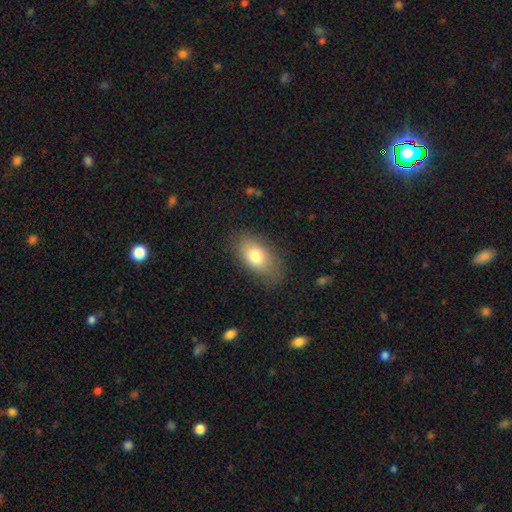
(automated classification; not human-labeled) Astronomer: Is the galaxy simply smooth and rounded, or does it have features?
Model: smooth — 76%.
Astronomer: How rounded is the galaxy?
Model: in between — 89%.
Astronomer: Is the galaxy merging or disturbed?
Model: none — 76%.